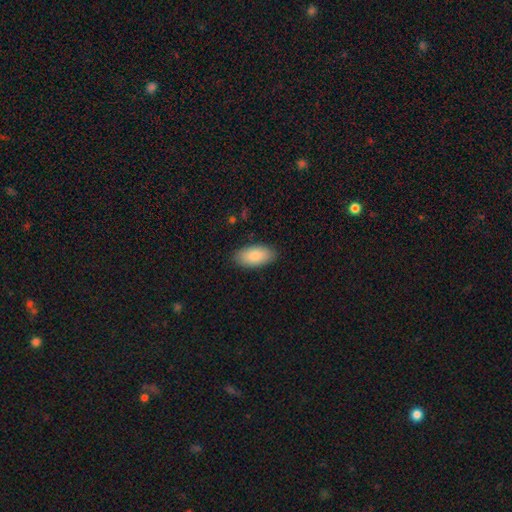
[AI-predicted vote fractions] smooth-or-featured: smooth: 86% | featured or disk: 8% | star or artifact: 6%
  how-rounded: in between: 94% | cigar-shaped: 4% | round: 2%
  merging: none: 87% | minor disturbance: 10% | major disturbance: 2% | merger: 1%